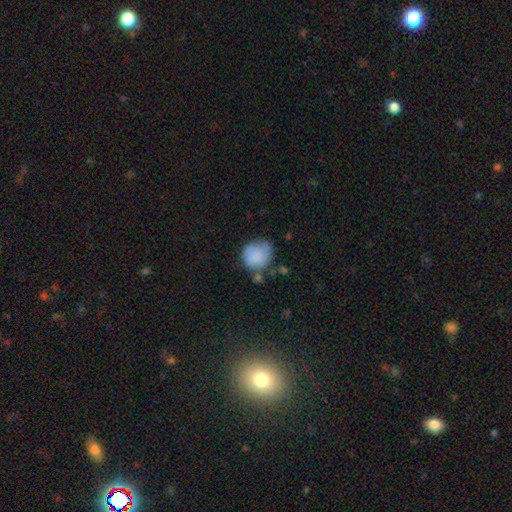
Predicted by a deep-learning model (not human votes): Smooth or featured? Predicted: smooth (p=0.82). How rounded? Predicted: round (p=0.81). Merging? Predicted: none (p=0.50).